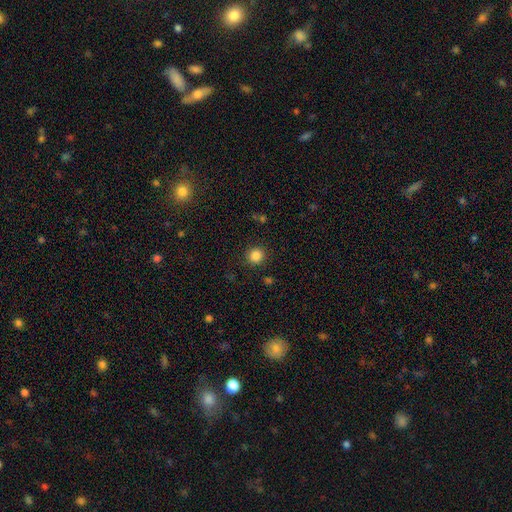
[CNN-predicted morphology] The model was most divided on "smooth or featured": smooth: 85%, star or artifact: 11%, featured or disk: 4%. More confident: how rounded — round (91%); merging — none (89%).